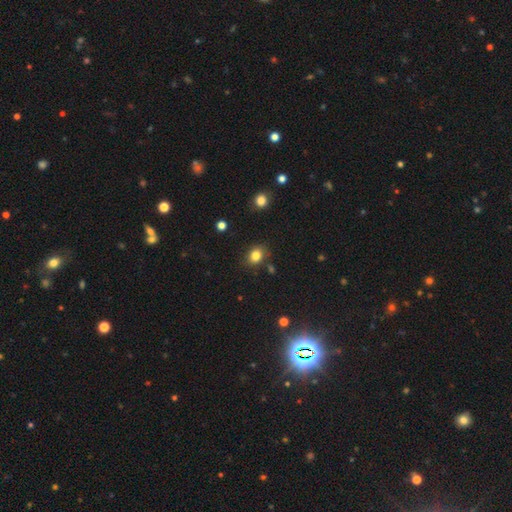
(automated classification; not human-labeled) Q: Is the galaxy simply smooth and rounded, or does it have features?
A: smooth — 82%.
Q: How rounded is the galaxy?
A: round — 55%.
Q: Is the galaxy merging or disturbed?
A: none — 80%.